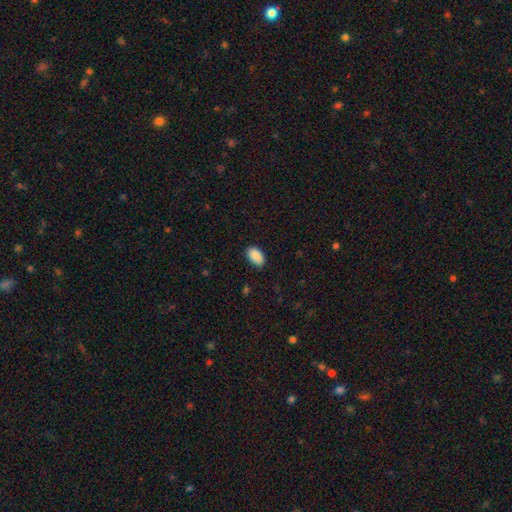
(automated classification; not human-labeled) This is clearly a smooth galaxy (90%). How rounded: clearly in between (92%). Merging: clearly none (85%).